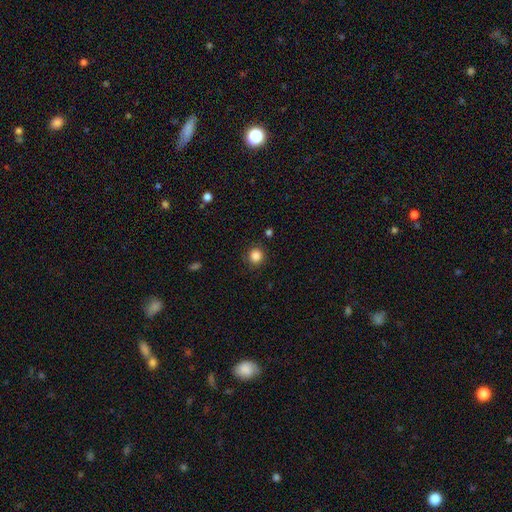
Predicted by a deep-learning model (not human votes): Overall: smooth (85%). How rounded: round (89%). Merging: none (86%).